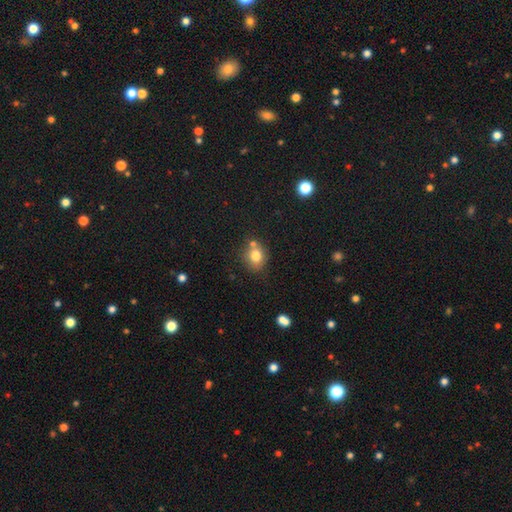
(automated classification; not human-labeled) A smooth galaxy with no disk features (78%) that is round (69%). Merging: none (62%).